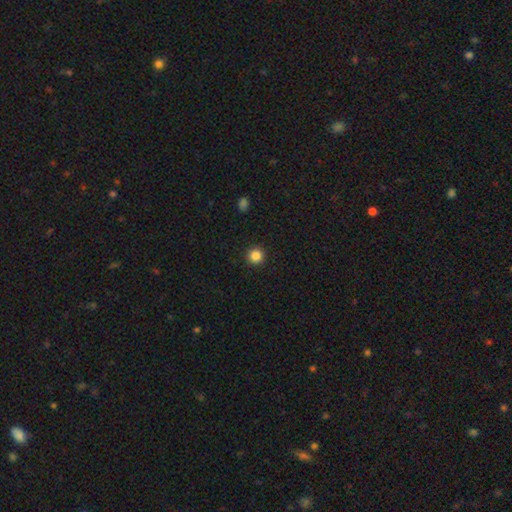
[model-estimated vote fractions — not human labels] A smooth galaxy with no disk features (85%) that is round (96%).

Vote fractions:
- Smooth or featured? smooth: 85% / star or artifact: 12% / featured or disk: 3%
- How rounded? round: 96% / in between: 3% / cigar-shaped: 1%
- Merging? none: 93% / minor disturbance: 4% / major disturbance: 2% / merger: 1%